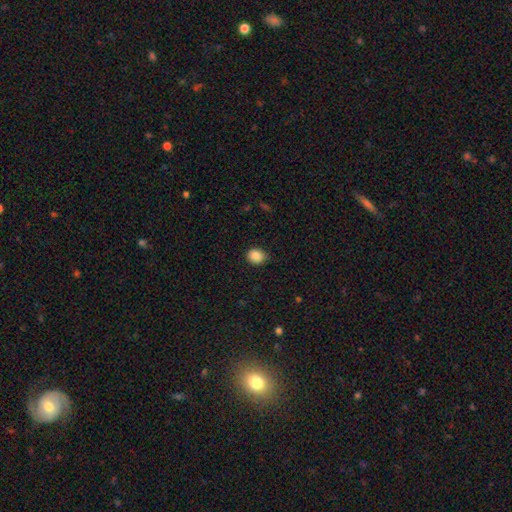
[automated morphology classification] Q: Smooth or featured?
A: smooth (86%); runner-up: star or artifact (9%)
Q: How rounded?
A: round (67%); runner-up: in between (32%)
Q: Merging?
A: none (83%); runner-up: minor disturbance (13%)